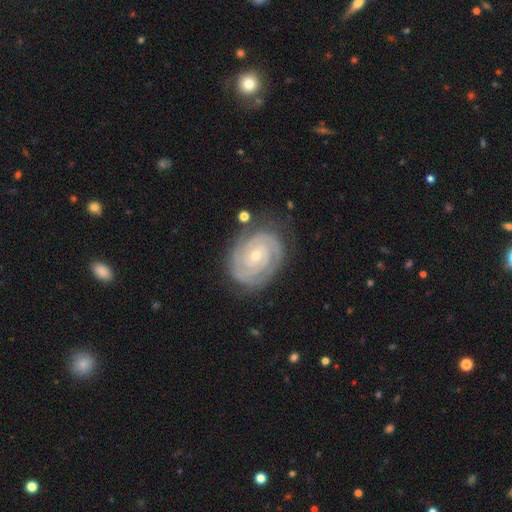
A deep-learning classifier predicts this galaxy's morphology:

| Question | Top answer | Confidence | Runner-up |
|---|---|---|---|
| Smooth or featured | featured or disk | 91% | smooth (5%) |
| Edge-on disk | no | 98% | yes (2%) |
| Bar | no | 64% | weak (27%) |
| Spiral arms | yes | 98% | no (2%) |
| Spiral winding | tight | 84% | medium (14%) |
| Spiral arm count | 2 | 58% | 3 (18%) |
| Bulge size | small | 64% | moderate (33%) |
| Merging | none | 80% | minor disturbance (14%) |